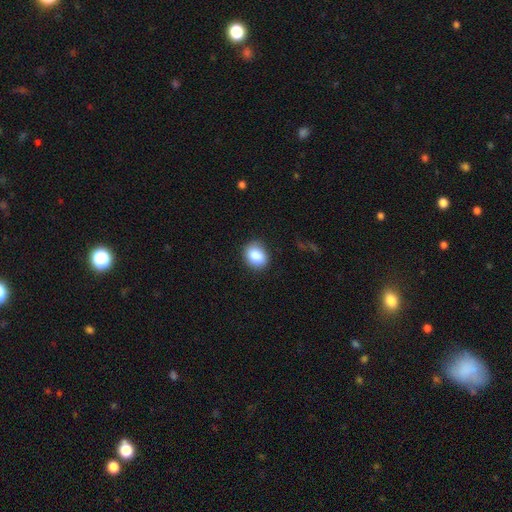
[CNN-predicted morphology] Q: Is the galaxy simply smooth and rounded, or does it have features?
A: smooth — 87%.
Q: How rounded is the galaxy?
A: in between — 50%.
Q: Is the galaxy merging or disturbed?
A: none — 83%.